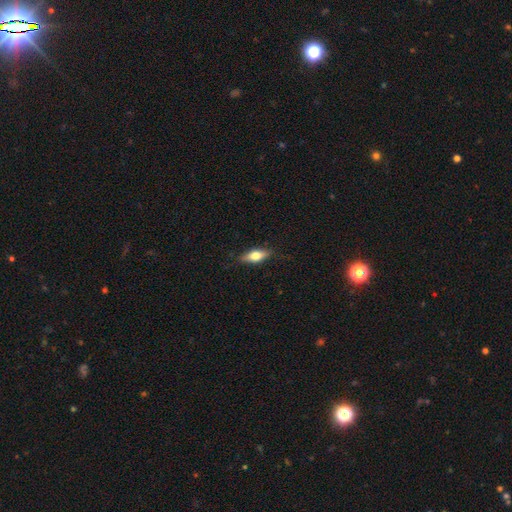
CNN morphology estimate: smooth 61%, featured or disk 33%, star or artifact 7%. Down the decision tree: how rounded — in between (68%); merging — none (83%).